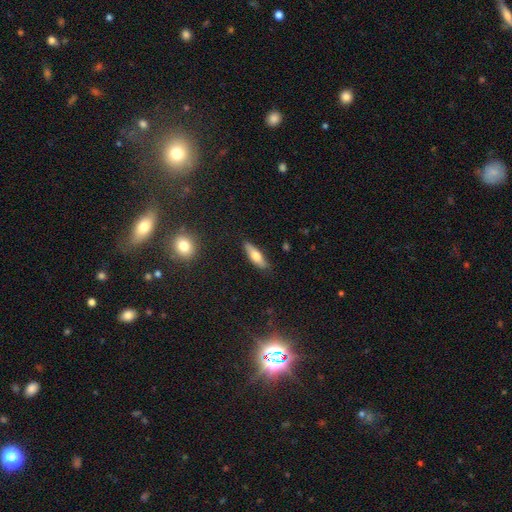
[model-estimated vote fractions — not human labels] This appears to be a smooth galaxy with no disk features (68%) that is cigar-shaped (51%). Merging: none (84%).